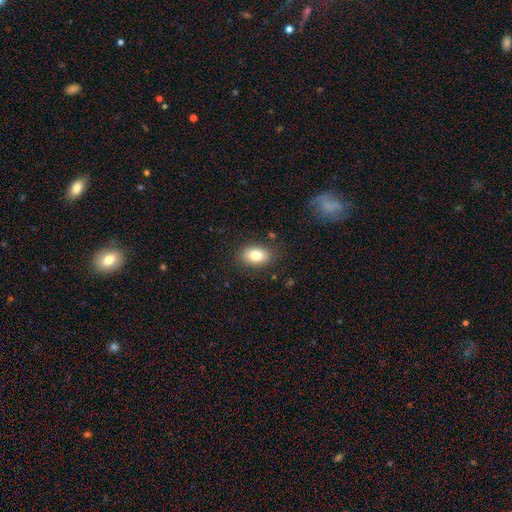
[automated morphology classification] A smooth galaxy with no disk features (80%) that is in between round and cigar-shaped (83%).

Vote fractions:
- Smooth or featured? smooth: 80% / featured or disk: 11% / star or artifact: 9%
- How rounded? in between: 83% / round: 15% / cigar-shaped: 1%
- Merging? none: 84% / minor disturbance: 11% / major disturbance: 3% / merger: 1%